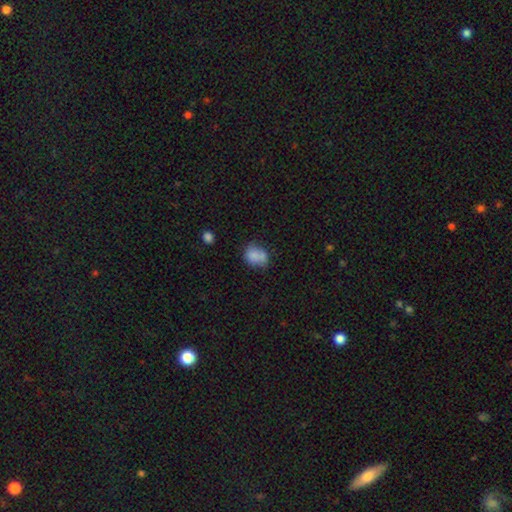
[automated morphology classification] smooth 78%, featured or disk 12%, star or artifact 10%. Down the decision tree: how rounded — in between (57%); merging — none (48%).